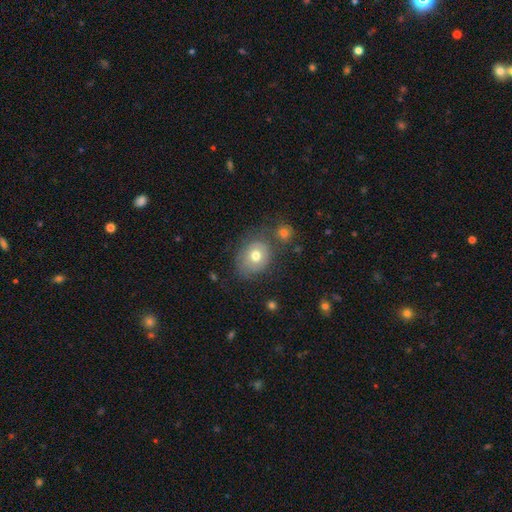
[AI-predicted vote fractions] This appears to be a smooth galaxy with no disk features (61%) that is round (55%). Merging: none (61%).